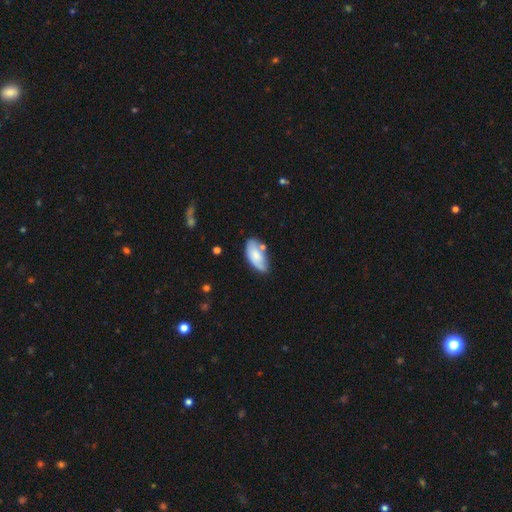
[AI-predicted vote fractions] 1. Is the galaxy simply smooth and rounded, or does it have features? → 70% smooth, 24% featured or disk, 6% star or artifact.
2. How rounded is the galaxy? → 93% in between, 5% cigar-shaped, 2% round.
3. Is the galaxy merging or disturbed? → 57% none, 28% minor disturbance, 9% merger, 6% major disturbance.